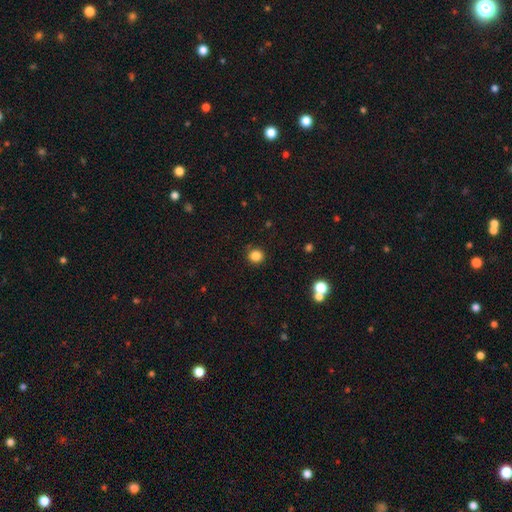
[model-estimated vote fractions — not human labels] smooth 85%, star or artifact 12%, featured or disk 4%. Down the decision tree: how rounded — round (89%); merging — none (89%).